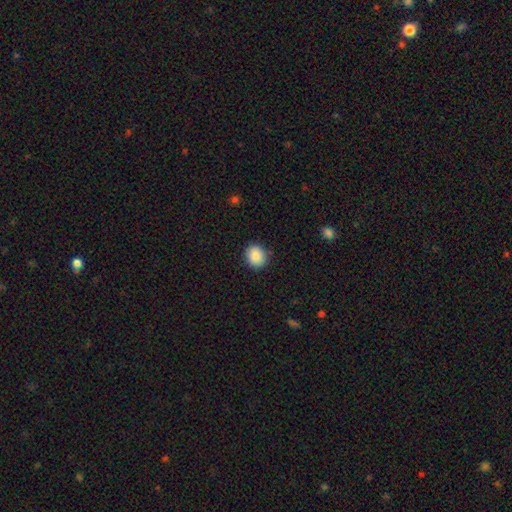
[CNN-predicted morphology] Q: Smooth or featured?
A: smooth (88%); runner-up: star or artifact (8%)
Q: How rounded?
A: round (73%); runner-up: in between (26%)
Q: Merging?
A: none (89%); runner-up: minor disturbance (8%)